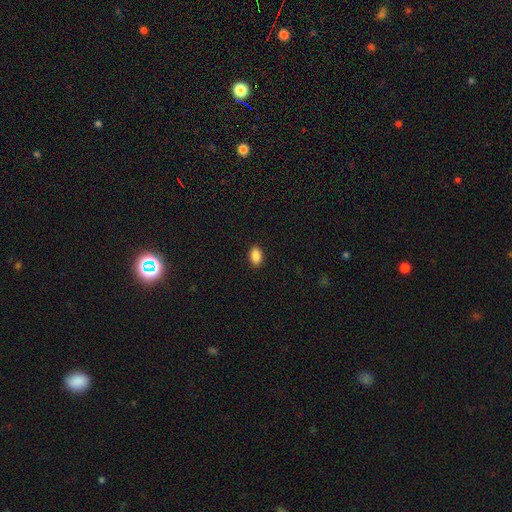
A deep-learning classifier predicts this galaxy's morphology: A smooth galaxy with no disk features (89%) that is in between round and cigar-shaped (88%). Merging: none (90%).